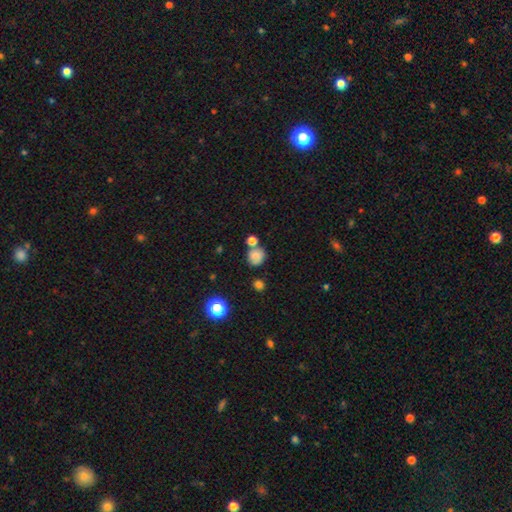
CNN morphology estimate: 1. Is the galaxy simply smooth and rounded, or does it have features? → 72% smooth, 15% featured or disk, 13% star or artifact.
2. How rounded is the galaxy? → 77% round, 22% in between, 1% cigar-shaped.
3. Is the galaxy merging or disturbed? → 60% none, 18% merger, 16% minor disturbance, 5% major disturbance.